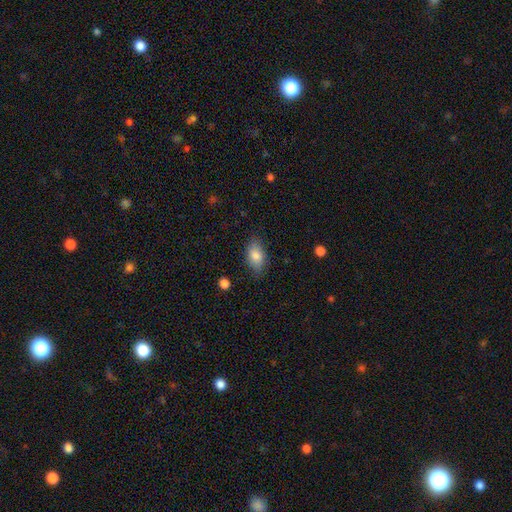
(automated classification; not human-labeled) Smooth or featured? Predicted: smooth (p=0.82). How rounded? Predicted: in between (p=0.91). Merging? Predicted: none (p=0.81).